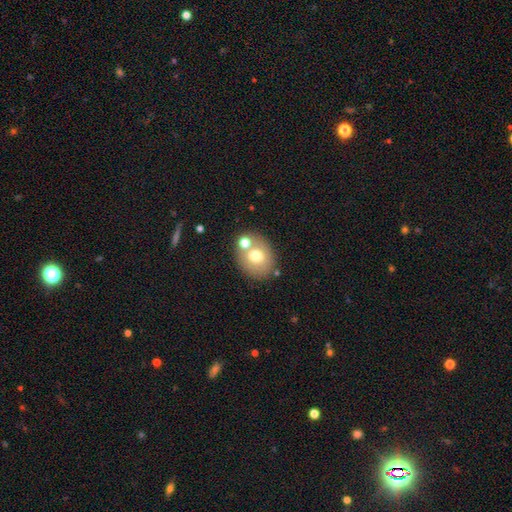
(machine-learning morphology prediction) smooth-or-featured: smooth: 68% | featured or disk: 21% | star or artifact: 10%
  how-rounded: round: 52% | in between: 47% | cigar-shaped: 1%
  merging: none: 67% | merger: 17% | minor disturbance: 12% | major disturbance: 4%